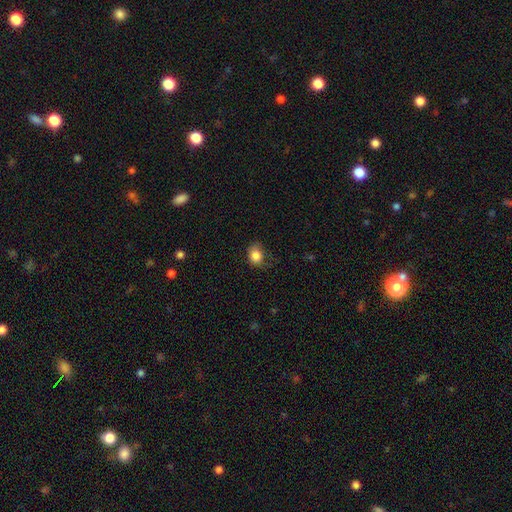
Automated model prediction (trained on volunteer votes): Smooth or featured?
  - smooth: 85% *
  - star or artifact: 10%
  - featured or disk: 6%
How rounded?
  - round: 50% *
  - in between: 49%
  - cigar-shaped: 1%
Merging?
  - none: 61% *
  - minor disturbance: 28%
  - major disturbance: 9%
  - merger: 1%